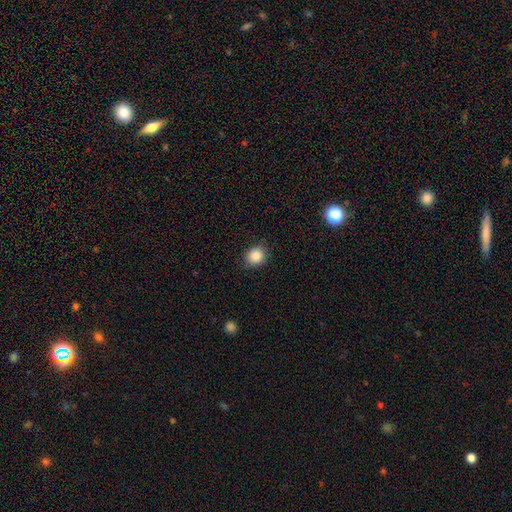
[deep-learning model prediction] Smooth or featured? smooth (87%)
How rounded? round (72%)
Merging? none (85%)